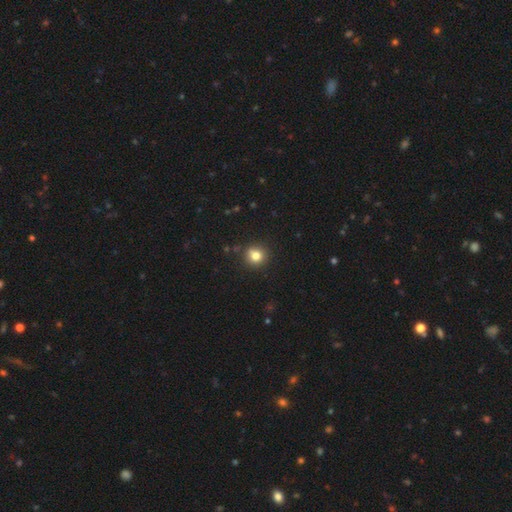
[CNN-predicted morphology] A smooth galaxy with no disk features (80%) that is round (88%). Merging: none (86%).